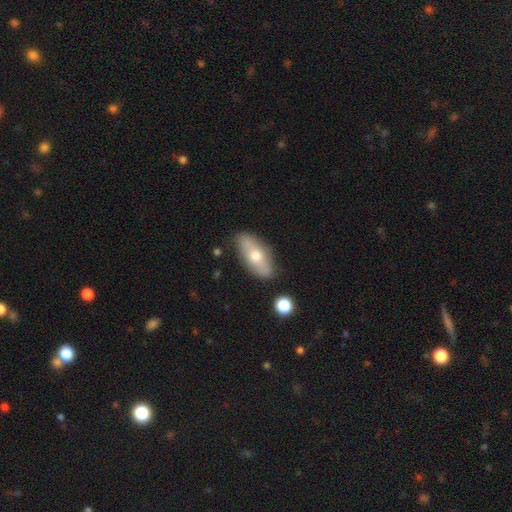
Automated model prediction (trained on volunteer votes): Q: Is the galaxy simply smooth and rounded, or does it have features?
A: smooth — 55%.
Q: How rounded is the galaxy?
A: in between — 82%.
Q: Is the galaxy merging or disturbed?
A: none — 82%.